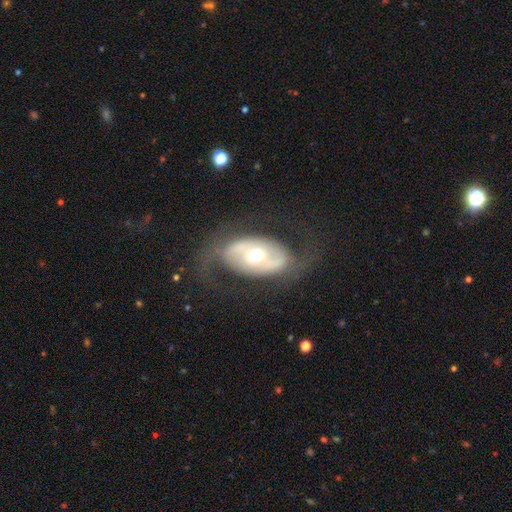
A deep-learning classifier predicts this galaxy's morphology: featured or disk 70%, smooth 24%, star or artifact 6%. Down the decision tree: edge-on disk — no (92%); bar — no (61%); spiral arms — yes (60%); bulge size — moderate (70%); merging — none (66%).